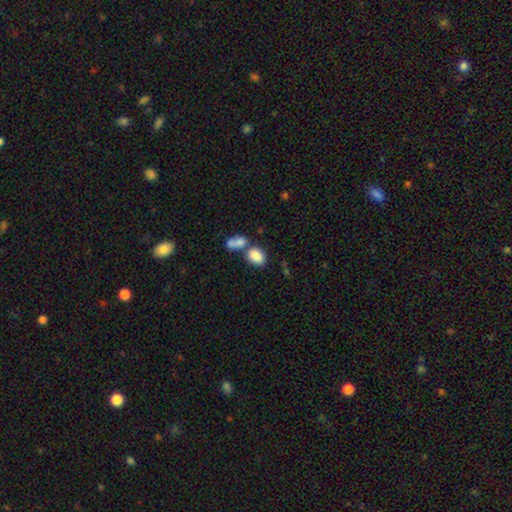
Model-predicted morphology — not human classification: This appears to be a smooth galaxy with no disk features (85%) that is in between round and cigar-shaped (78%). Merging: merger (44%).